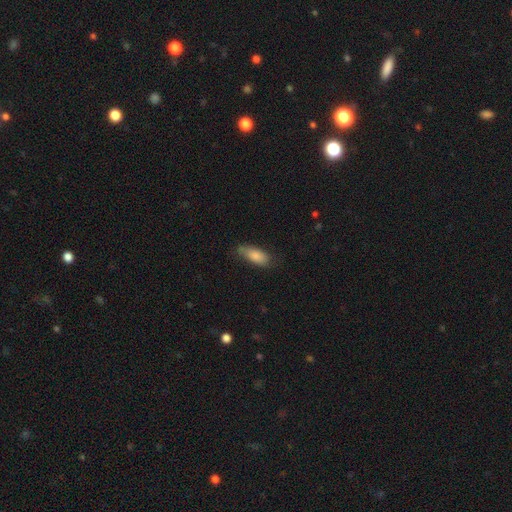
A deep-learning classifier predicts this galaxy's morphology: smooth_or_featured: smooth (p=0.83) [alt: featured or disk p=0.11]
how_rounded: in between (p=0.77) [alt: cigar-shaped p=0.21]
merging: none (p=0.66) [alt: minor disturbance p=0.26]